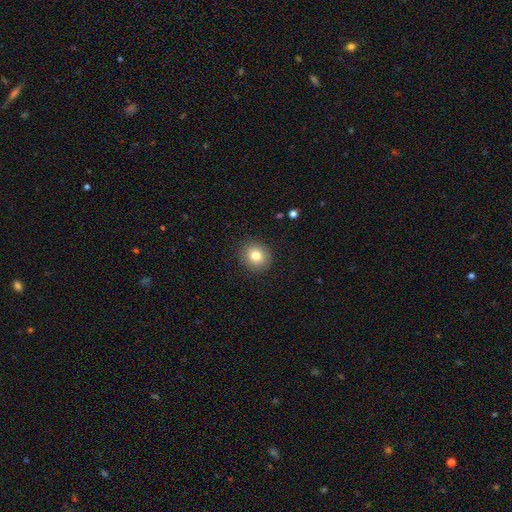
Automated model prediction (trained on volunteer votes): Q: Smooth or featured?
A: smooth (81%); runner-up: star or artifact (10%)
Q: How rounded?
A: round (81%); runner-up: in between (18%)
Q: Merging?
A: none (89%); runner-up: minor disturbance (7%)